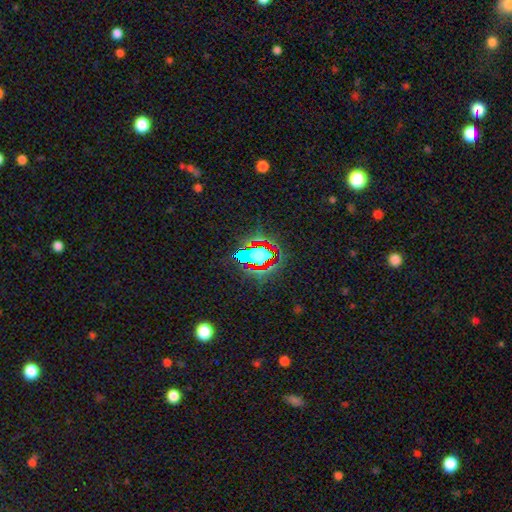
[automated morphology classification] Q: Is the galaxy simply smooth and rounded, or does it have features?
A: star or artifact — 55%.